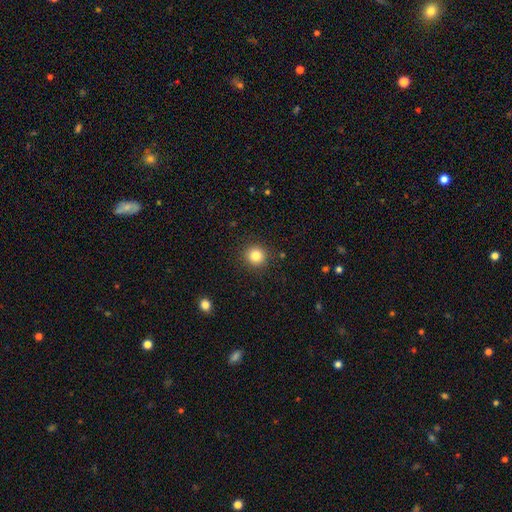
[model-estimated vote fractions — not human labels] smooth_or_featured: smooth (p=0.83) [alt: star or artifact p=0.11]
how_rounded: round (p=0.93) [alt: in between p=0.07]
merging: none (p=0.91) [alt: minor disturbance p=0.06]